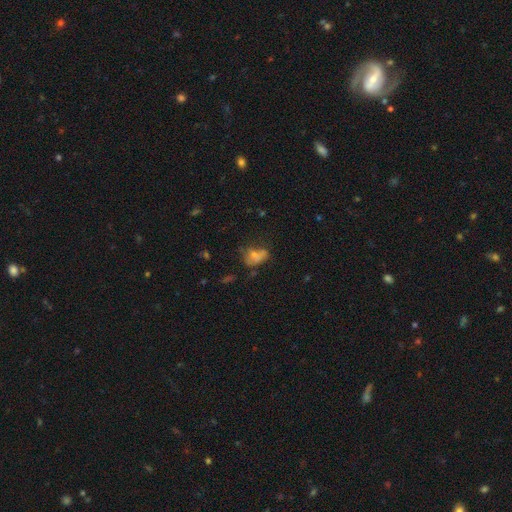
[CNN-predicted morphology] Smooth or featured: smooth — 56% (featured or disk — 26%)
How rounded: in between — 74% (round — 23%)
Merging: none — 31% (major disturbance — 25%)